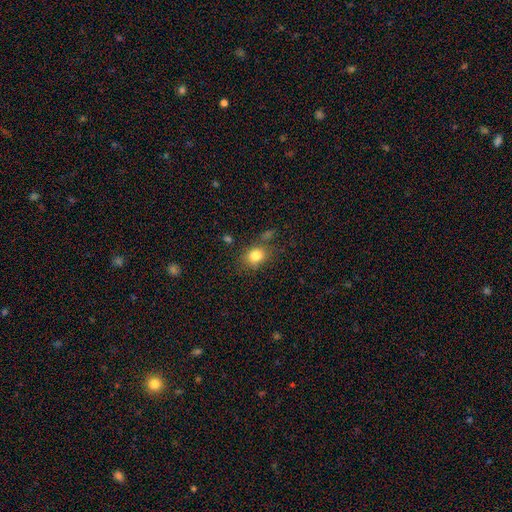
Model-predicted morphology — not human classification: This appears to be a smooth galaxy with no disk features (82%) that is round (51%). Merging: none (71%).